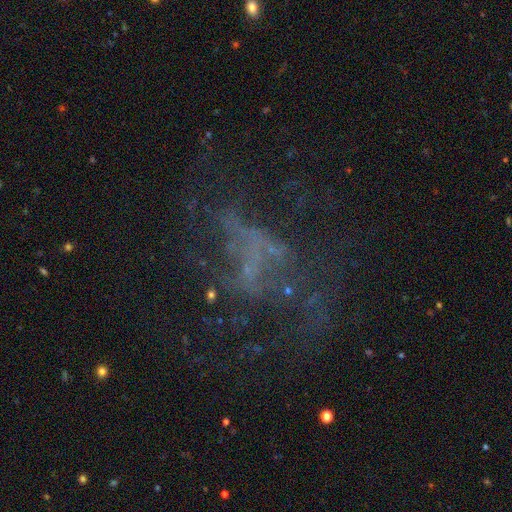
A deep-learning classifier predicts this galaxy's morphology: smooth_or_featured: featured or disk (p=0.54) [alt: star or artifact p=0.31]
disk_edge_on: no (p=0.96) [alt: yes p=0.04]
bar: no (p=0.82) [alt: weak p=0.12]
has_spiral_arms: no (p=0.83) [alt: yes p=0.17]
bulge_size: none (p=0.79) [alt: small p=0.13]
merging: none (p=0.43) [alt: major disturbance p=0.38]